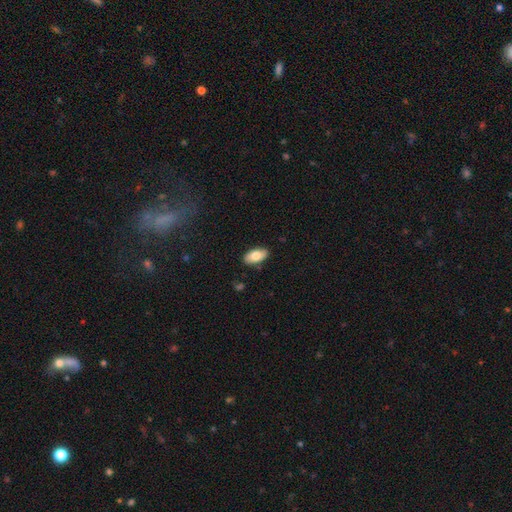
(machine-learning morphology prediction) Smooth or featured?
  - smooth: 79% *
  - featured or disk: 15%
  - star or artifact: 6%
How rounded?
  - in between: 93% *
  - cigar-shaped: 4%
  - round: 3%
Merging?
  - none: 87% *
  - minor disturbance: 10%
  - major disturbance: 2%
  - merger: 1%